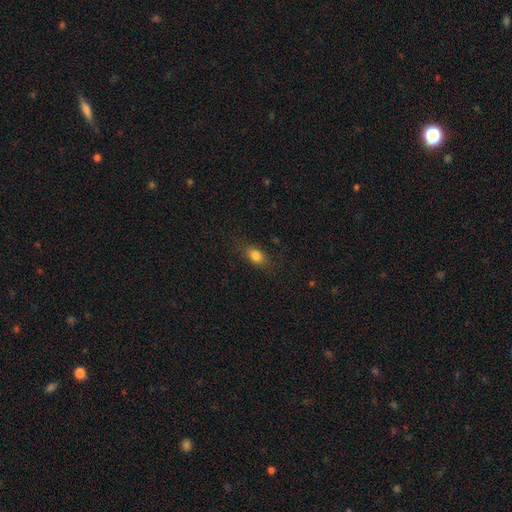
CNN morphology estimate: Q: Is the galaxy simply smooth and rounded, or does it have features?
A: smooth — 81%.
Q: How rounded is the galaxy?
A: in between — 78%.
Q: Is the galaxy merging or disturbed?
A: none — 80%.